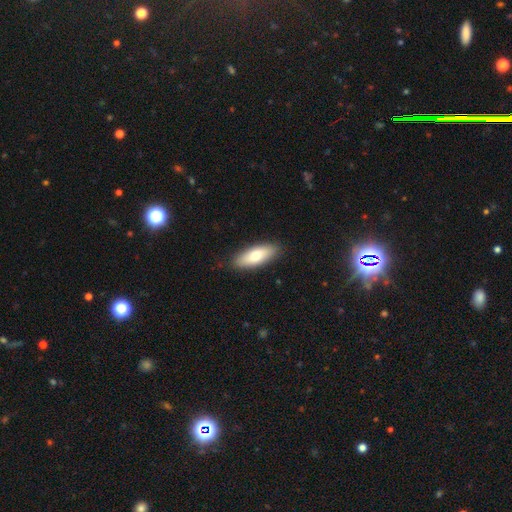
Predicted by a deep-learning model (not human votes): Overall: smooth (72%). How rounded: in between (73%). Merging: none (88%).